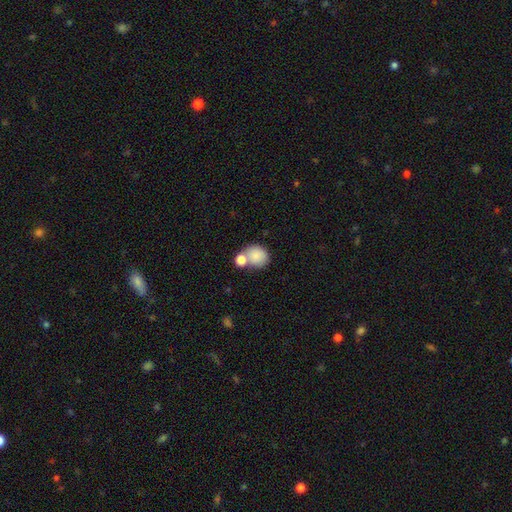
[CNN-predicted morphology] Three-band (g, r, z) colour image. It shows a smooth galaxy with no disk features (83%) that is round (74%). Merging: none (47%).